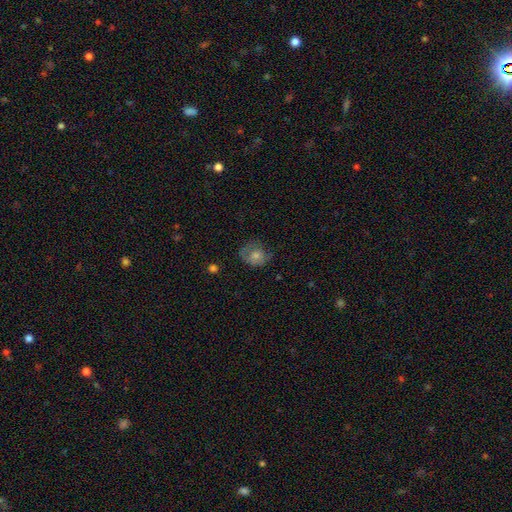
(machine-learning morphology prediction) smooth-or-featured: smooth: 46% | featured or disk: 41% | star or artifact: 13%
  merging: none: 63% | minor disturbance: 23% | major disturbance: 13% | merger: 1%